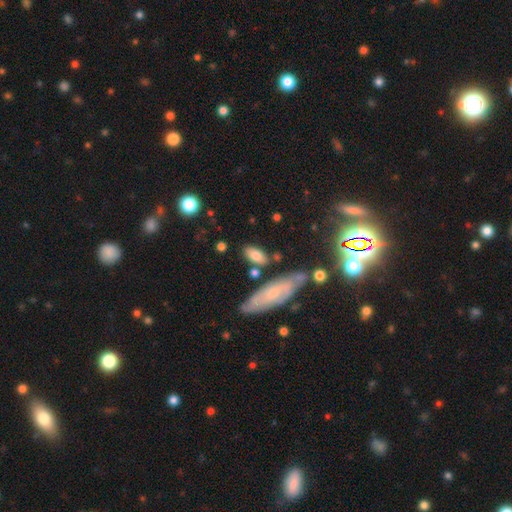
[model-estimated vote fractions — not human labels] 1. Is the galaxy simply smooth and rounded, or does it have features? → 76% smooth, 18% featured or disk, 7% star or artifact.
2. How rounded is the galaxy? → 83% in between, 12% cigar-shaped, 4% round.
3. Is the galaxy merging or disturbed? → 68% none, 17% minor disturbance, 10% merger, 5% major disturbance.